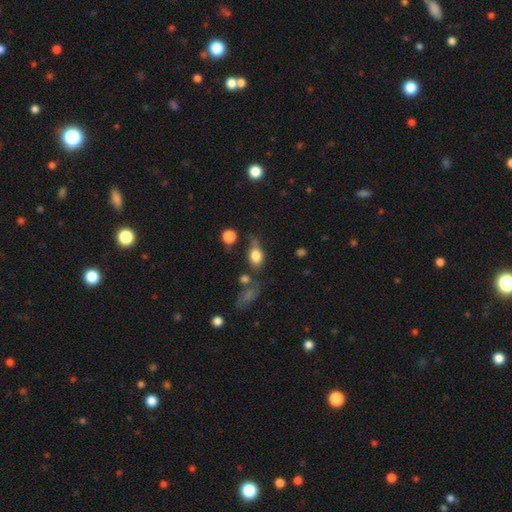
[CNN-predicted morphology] A smooth galaxy with no disk features (80%) that is in between round and cigar-shaped (77%).

Vote fractions:
- Smooth or featured? smooth: 80% / featured or disk: 10% / star or artifact: 9%
- How rounded? in between: 77% / round: 20% / cigar-shaped: 3%
- Merging? none: 54% / minor disturbance: 23% / merger: 14% / major disturbance: 9%